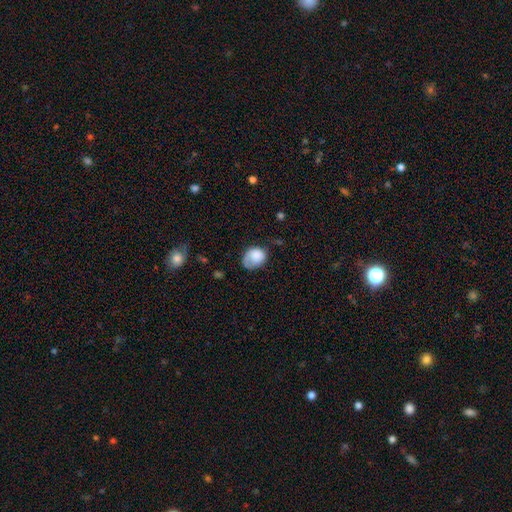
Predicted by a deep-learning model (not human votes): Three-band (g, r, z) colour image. It shows a smooth galaxy with no disk features (77%) that is in between round and cigar-shaped (55%). Merging: none (44%).